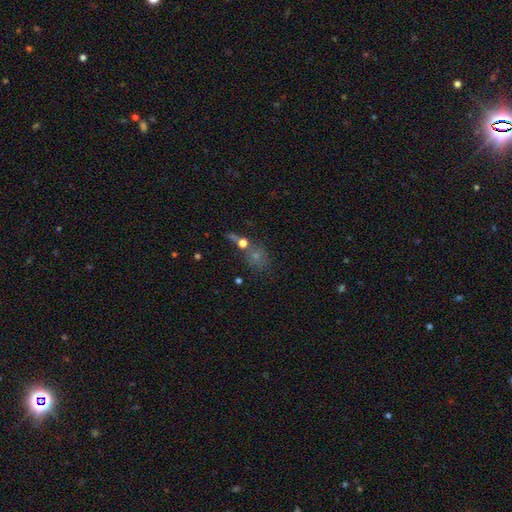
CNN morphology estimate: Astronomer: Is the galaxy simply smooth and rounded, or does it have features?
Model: star or artifact — 42% (runner-up: smooth, 37%).